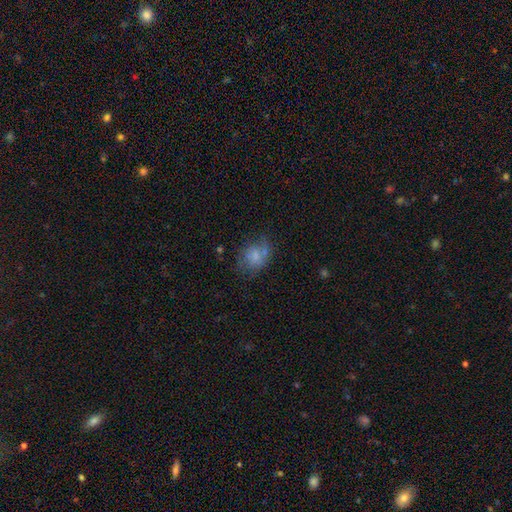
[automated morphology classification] This appears to be a smooth galaxy with no disk features (59%) that is in between round and cigar-shaped (51%). Merging: none (47%).